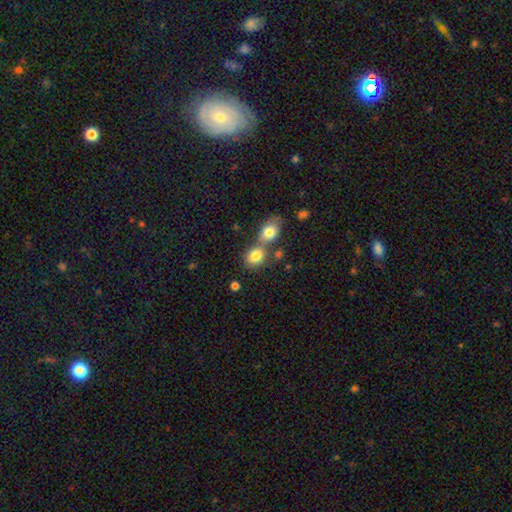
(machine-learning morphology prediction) smooth 81%, star or artifact 10%, featured or disk 9%. Down the decision tree: how rounded — in between (51%); merging — merger (46%).